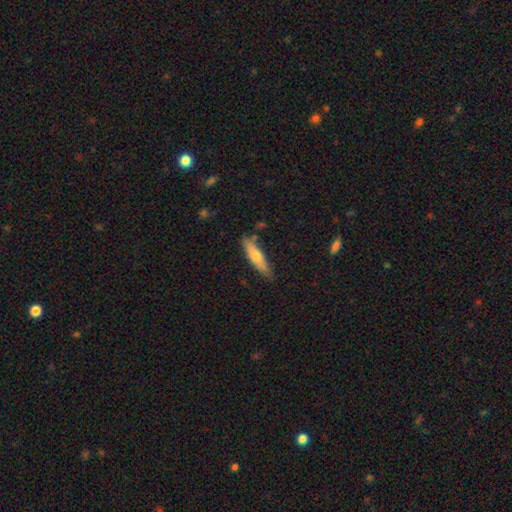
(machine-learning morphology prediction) Smooth or featured: smooth — 65% (featured or disk — 29%)
How rounded: cigar-shaped — 72% (in between — 26%)
Merging: none — 77% (minor disturbance — 16%)